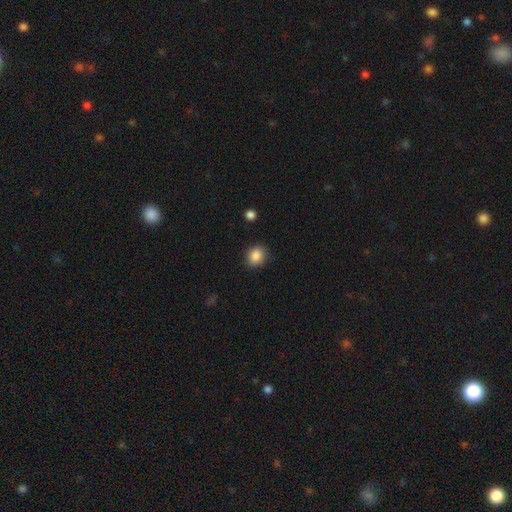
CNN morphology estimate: Smooth or featured? Predicted: smooth (p=0.87). How rounded? Predicted: round (p=0.68). Merging? Predicted: none (p=0.86).